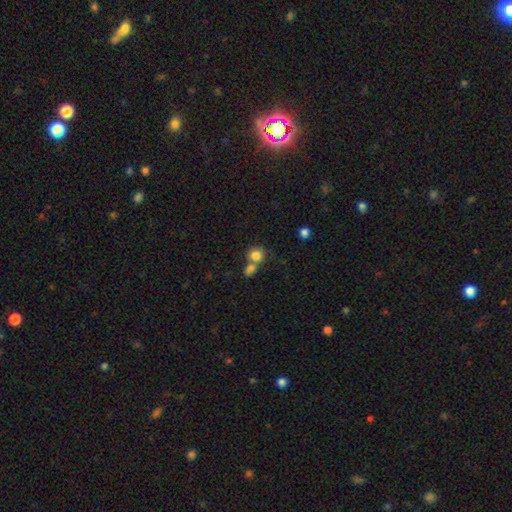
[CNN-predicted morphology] smooth-or-featured: smooth: 82% | star or artifact: 10% | featured or disk: 8%
  how-rounded: round: 80% | in between: 19% | cigar-shaped: 1%
  merging: merger: 44% (tied) | none: 44% (tied) | minor disturbance: 9% | major disturbance: 4%